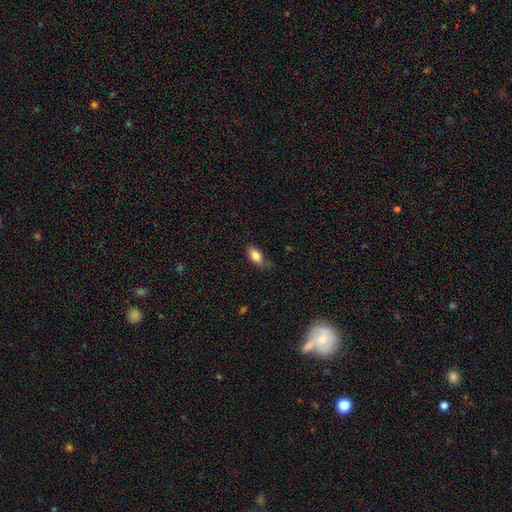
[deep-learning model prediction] Smooth or featured? smooth (85%)
How rounded? in between (90%)
Merging? none (71%)